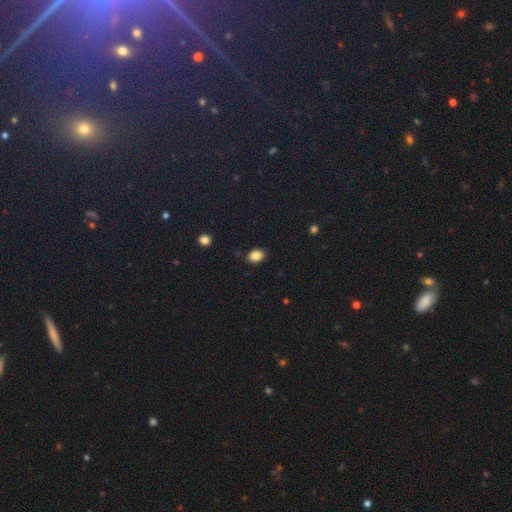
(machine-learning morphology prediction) This is clearly a smooth galaxy (85%). How rounded: likely in between (75%). Merging: clearly none (88%).